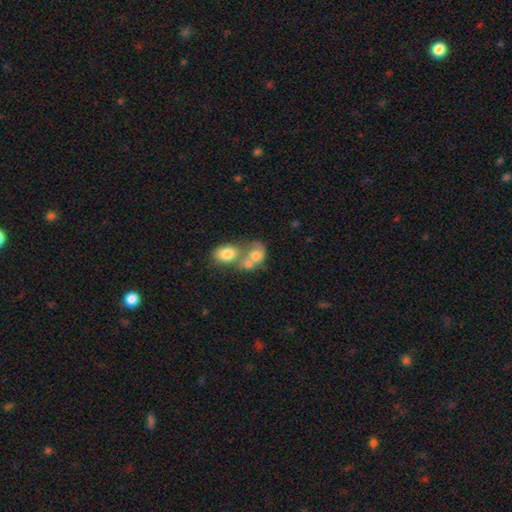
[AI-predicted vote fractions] smooth_or_featured: smooth (p=0.66) [alt: featured or disk p=0.25]
how_rounded: in between (p=0.50) [alt: round p=0.48]
merging: merger (p=0.71) [alt: none p=0.15]